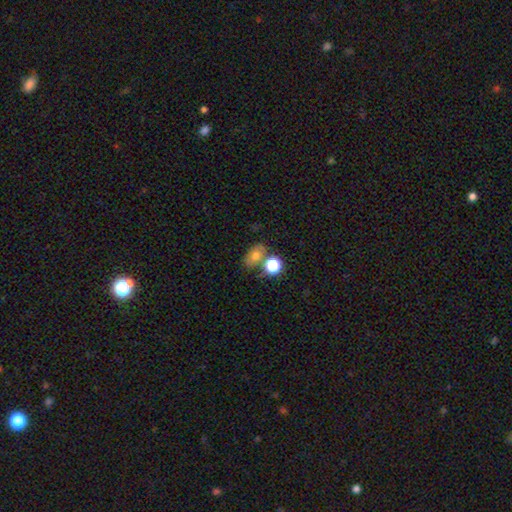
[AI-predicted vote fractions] Smooth or featured: smooth — 64% (featured or disk — 20%)
How rounded: in between — 68% (round — 30%)
Merging: none — 57% (merger — 24%)